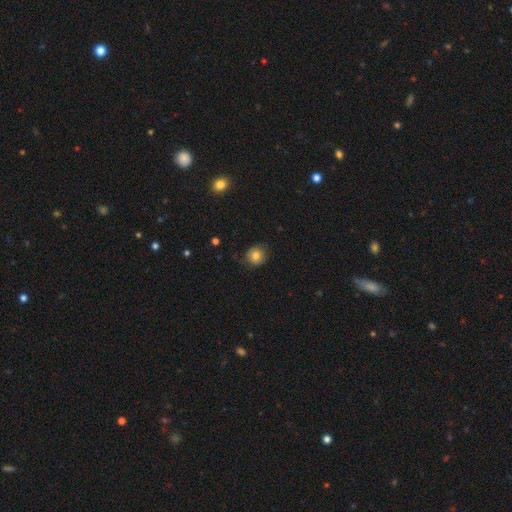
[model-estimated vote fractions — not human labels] A smooth galaxy with no disk features (78%) that is round (91%). Merging: none (81%).